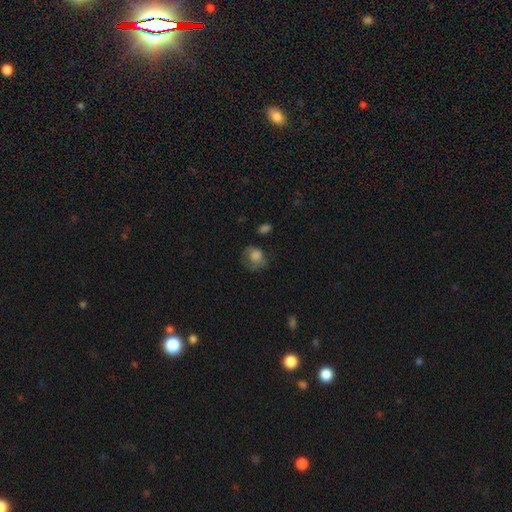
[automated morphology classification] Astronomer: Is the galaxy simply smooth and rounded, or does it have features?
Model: smooth — 73%.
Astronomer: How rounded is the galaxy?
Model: round — 62% (runner-up: in between, 37%).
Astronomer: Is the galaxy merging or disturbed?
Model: none — 42% (runner-up: minor disturbance, 30%).